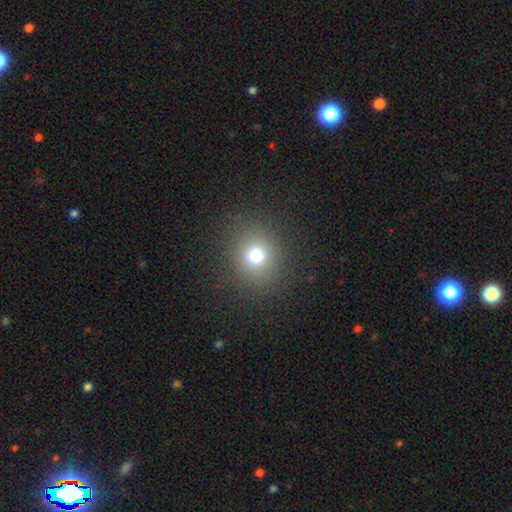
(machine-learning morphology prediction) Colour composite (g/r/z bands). It shows a smooth galaxy with no disk features (73%) that is round (85%). Merging: none (88%).